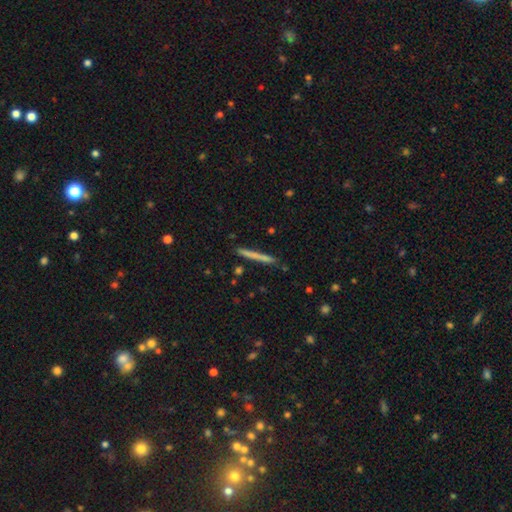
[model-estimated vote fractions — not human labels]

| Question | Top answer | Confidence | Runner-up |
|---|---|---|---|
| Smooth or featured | smooth | 63% | featured or disk (31%) |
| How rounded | cigar-shaped | 97% | in between (2%) |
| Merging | none | 89% | minor disturbance (8%) |